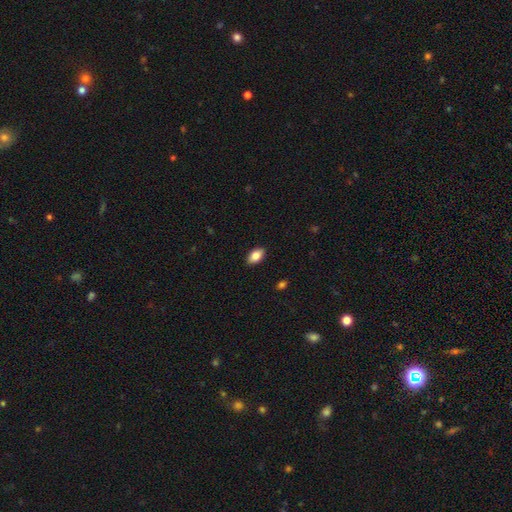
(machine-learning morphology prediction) smooth-or-featured: smooth: 84% | featured or disk: 9% | star or artifact: 7%
  how-rounded: in between: 93% | round: 4% | cigar-shaped: 3%
  merging: none: 89% | minor disturbance: 8% | major disturbance: 2% | merger: 1%